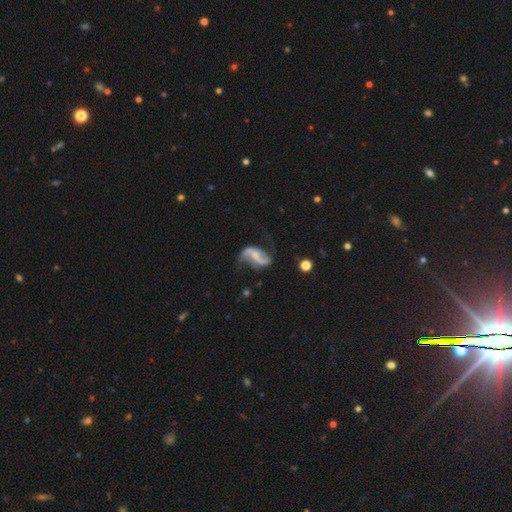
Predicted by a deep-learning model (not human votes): A featured or disk galaxy (84%) with a weak bar (39%), 2 (90%) loose (80%) spiral arms (94%) and a small central bulge (47%). Merging: none (58%).